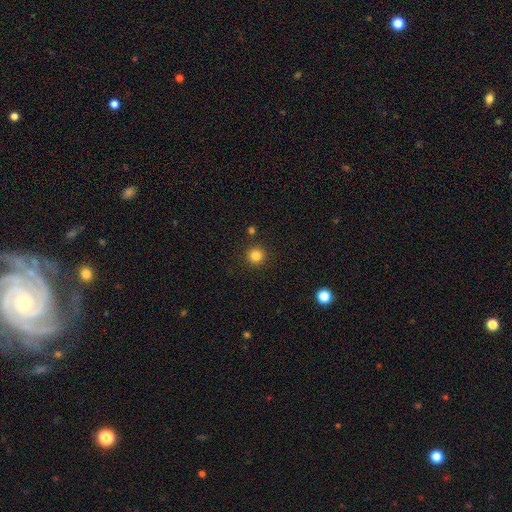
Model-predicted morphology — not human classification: A smooth galaxy with no disk features (83%) that is round (95%). Merging: none (90%).